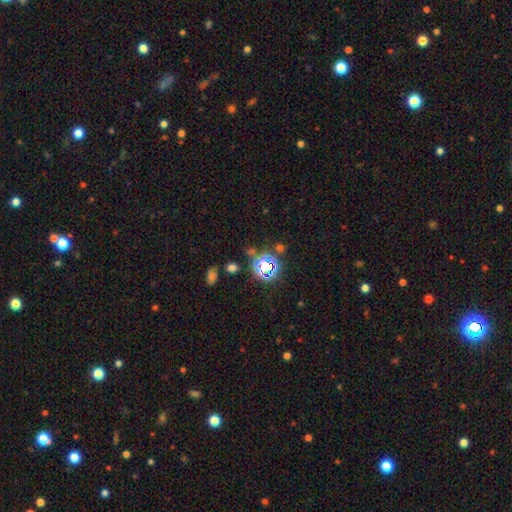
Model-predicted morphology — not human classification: This appears to be a star or artifact, not a galaxy (71%).